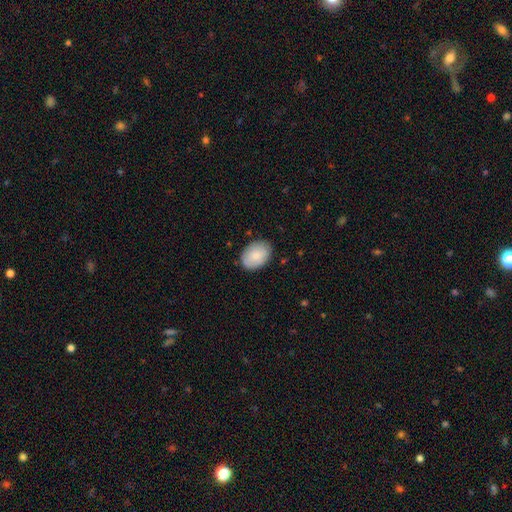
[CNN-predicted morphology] smooth-or-featured: smooth: 83% | featured or disk: 11% | star or artifact: 6%
  how-rounded: in between: 80% | round: 19% | cigar-shaped: 1%
  merging: none: 84% | minor disturbance: 13% | major disturbance: 2% | merger: 1%